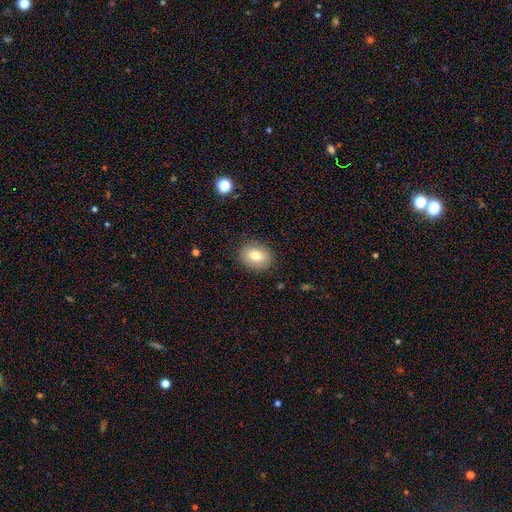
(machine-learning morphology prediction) Smooth or featured: smooth — 75% (featured or disk — 16%)
How rounded: in between — 50% (round — 49%)
Merging: none — 86% (minor disturbance — 10%)